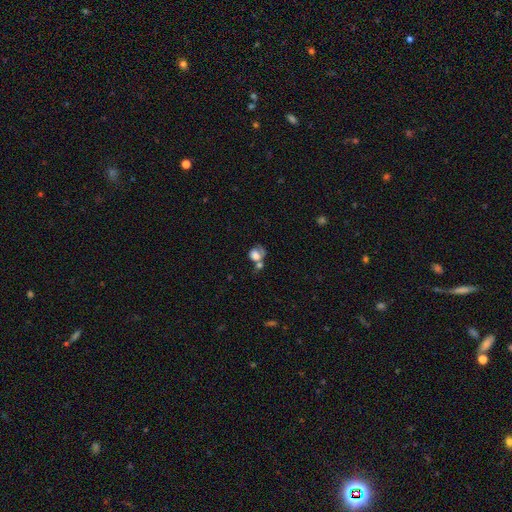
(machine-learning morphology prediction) smooth-or-featured: smooth: 61% | featured or disk: 26% | star or artifact: 13%
  how-rounded: round: 56% | in between: 43% | cigar-shaped: 1%
  merging: merger: 41% | none: 27% | major disturbance: 18% | minor disturbance: 14%